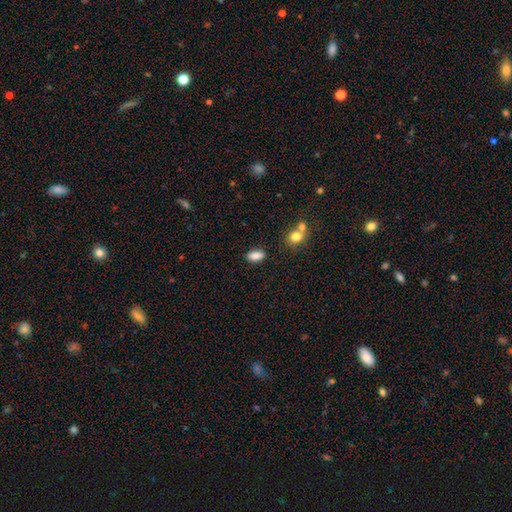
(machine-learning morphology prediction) Smooth or featured? Predicted: smooth (p=0.87). How rounded? Predicted: in between (p=0.86). Merging? Predicted: none (p=0.84).